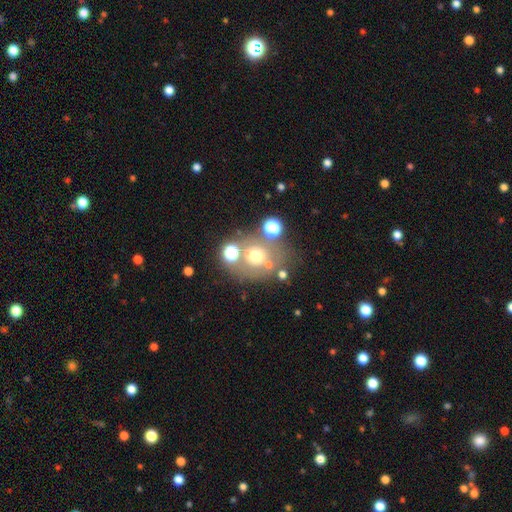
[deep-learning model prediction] The model was most divided on "smooth or featured": smooth: 52%, featured or disk: 27%, star or artifact: 21%. More confident: how rounded — round (76%); merging — none (60%).